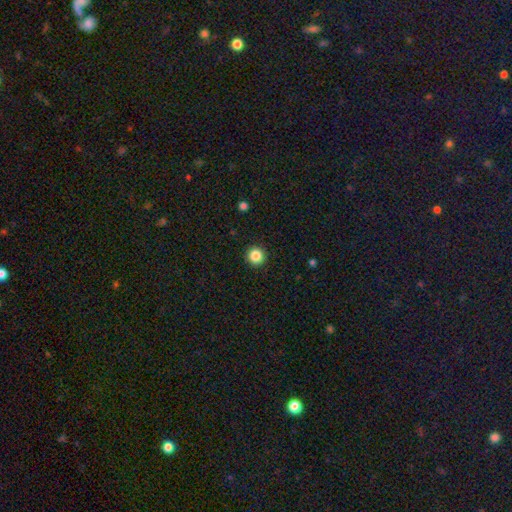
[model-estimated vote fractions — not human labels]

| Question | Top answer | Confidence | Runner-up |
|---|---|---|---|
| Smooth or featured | smooth | 86% | star or artifact (10%) |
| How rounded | round | 96% | in between (4%) |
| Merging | none | 93% | minor disturbance (4%) |